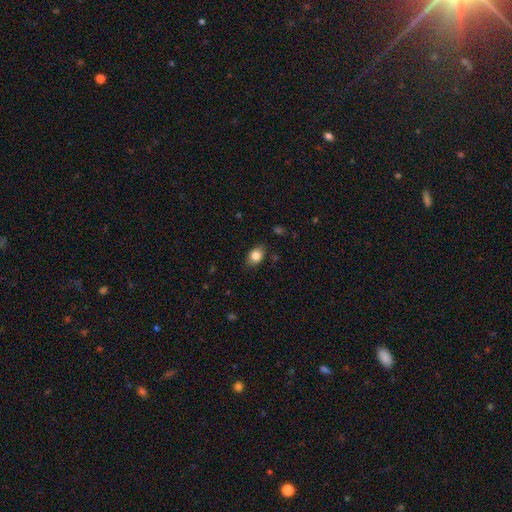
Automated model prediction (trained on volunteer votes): smooth_or_featured: smooth (p=0.82) [alt: featured or disk p=0.09]
how_rounded: in between (p=0.70) [alt: round p=0.29]
merging: none (p=0.79) [alt: minor disturbance p=0.17]